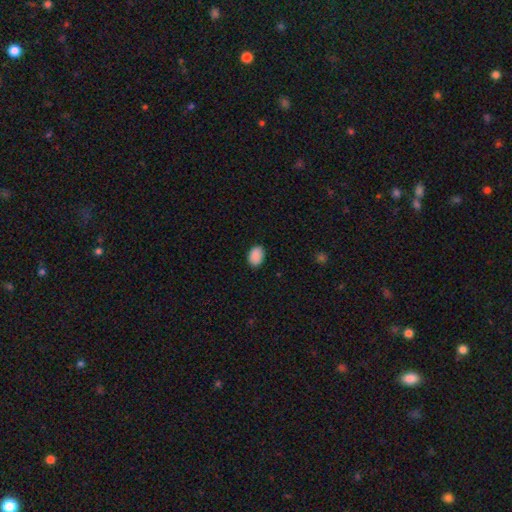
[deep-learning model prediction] smooth 90%, star or artifact 7%, featured or disk 3%. Down the decision tree: how rounded — in between (81%); merging — none (87%).